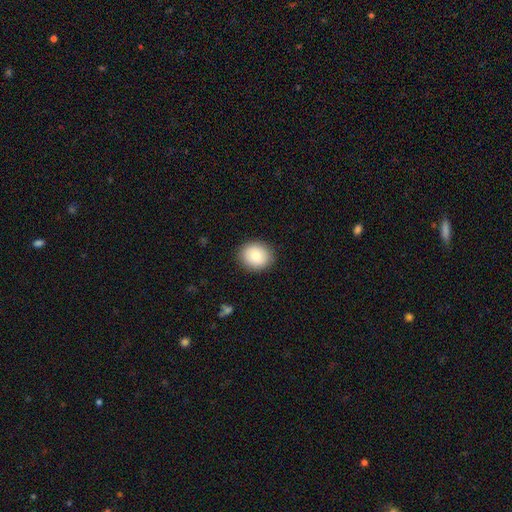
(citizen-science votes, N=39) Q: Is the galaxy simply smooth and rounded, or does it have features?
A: smooth — 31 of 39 (79%).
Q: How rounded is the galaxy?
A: round — 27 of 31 (87%).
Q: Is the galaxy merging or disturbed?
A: none — 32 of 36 (89%).